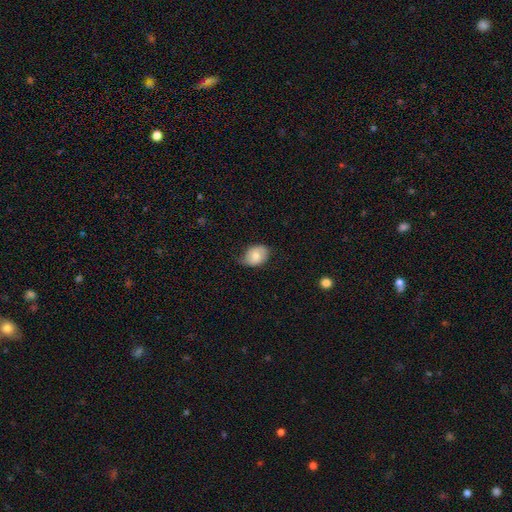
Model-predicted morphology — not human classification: This is likely a smooth galaxy (72%). How rounded: likely in between (68%). Merging: possibly none (59%).